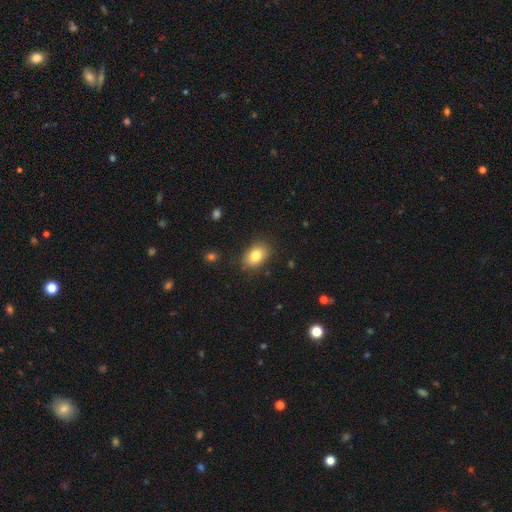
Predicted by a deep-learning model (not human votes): A smooth galaxy with no disk features (82%) that is in between round and cigar-shaped (82%). Merging: none (85%).